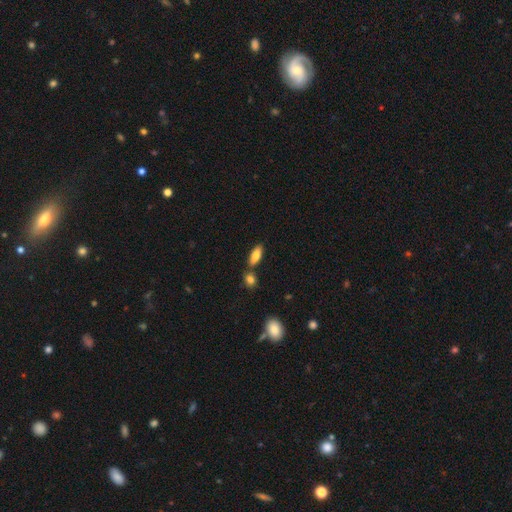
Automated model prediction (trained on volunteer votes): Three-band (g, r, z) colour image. It shows a smooth galaxy with no disk features (78%) that is in between round and cigar-shaped (74%). Merging: none (72%).